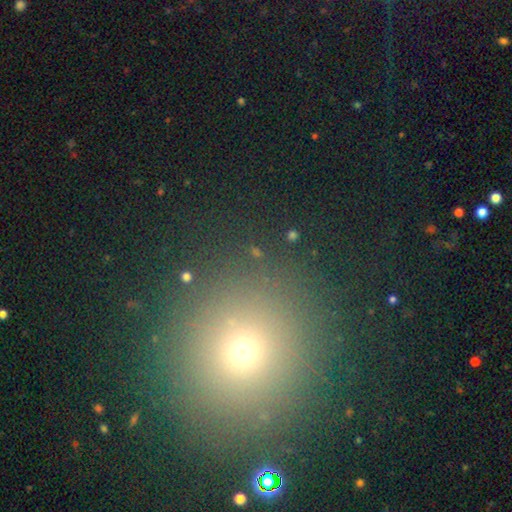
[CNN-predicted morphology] Smooth or featured? smooth (55%)
How rounded? round (90%)
Merging? none (87%)